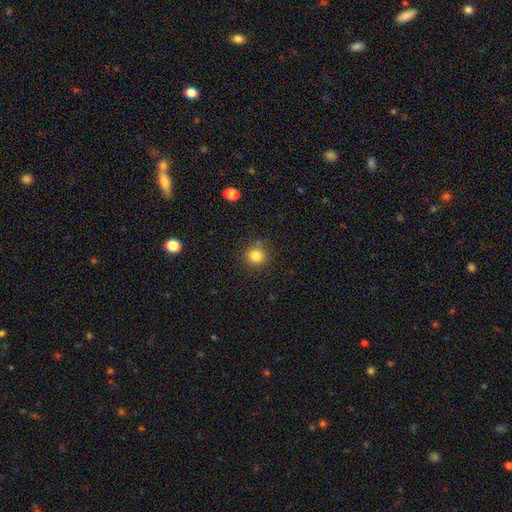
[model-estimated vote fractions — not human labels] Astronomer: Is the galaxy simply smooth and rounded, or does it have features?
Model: smooth — 83%.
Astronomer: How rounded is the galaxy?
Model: round — 89%.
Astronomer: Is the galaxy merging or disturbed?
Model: none — 82%.